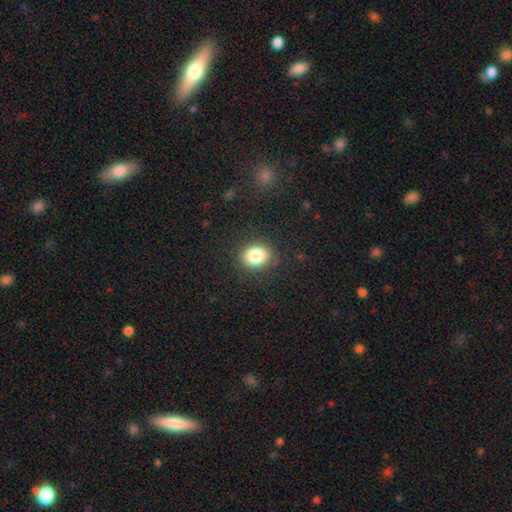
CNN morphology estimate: Overall: smooth (83%). How rounded: round (55%; in between 44%). Merging: none (87%).